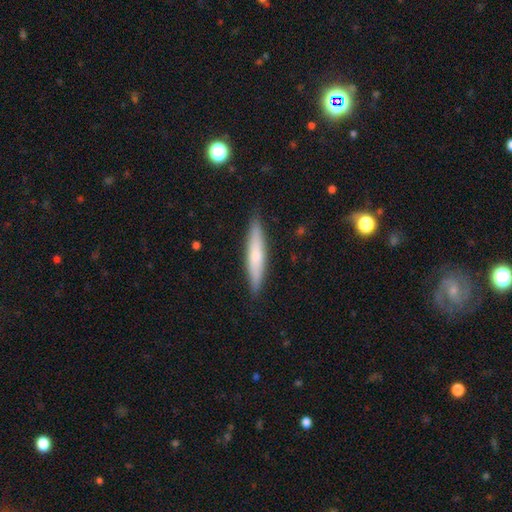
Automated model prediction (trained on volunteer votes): A smooth galaxy with no disk features (61%) that is cigar-shaped (91%). Merging: none (89%).